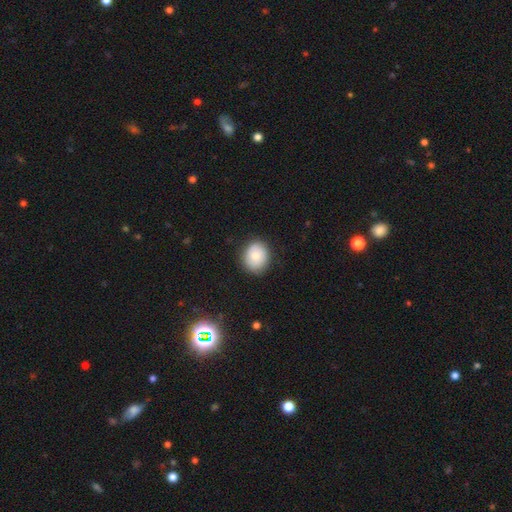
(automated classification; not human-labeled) This appears to be a smooth galaxy with no disk features (79%) that is round (64%). Merging: none (85%).